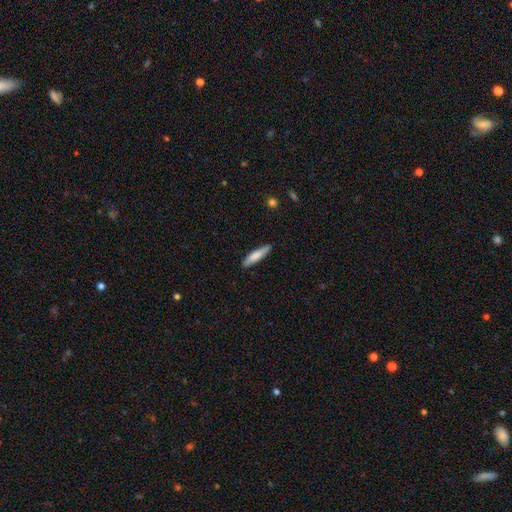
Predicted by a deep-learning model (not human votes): Morphology: type=smooth (78%); roundness=cigar-shaped (83%); merging=none (87%).